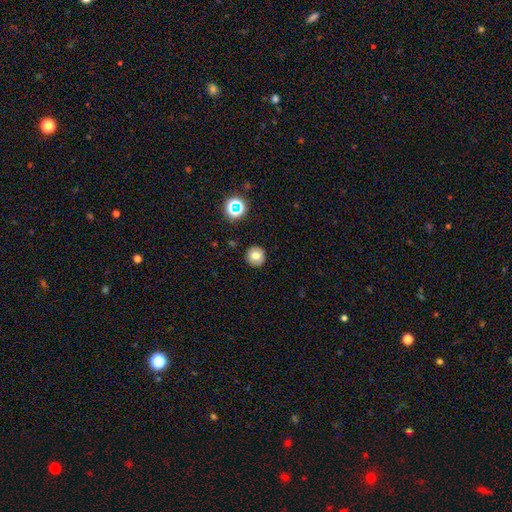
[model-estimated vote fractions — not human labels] Smooth or featured? smooth (73%)
How rounded? round (94%)
Merging? none (90%)